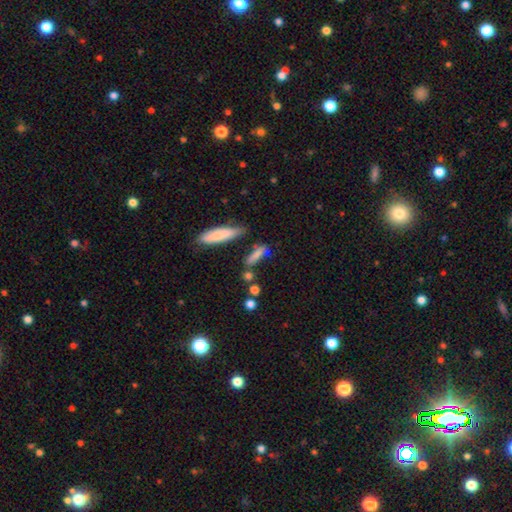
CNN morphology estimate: Overall: smooth (73%). How rounded: cigar-shaped (64%; in between 31%). Merging: none (55%; minor disturbance 21%).